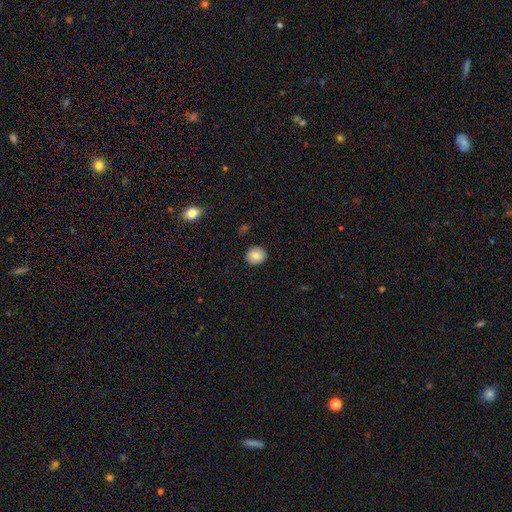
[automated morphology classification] Overall: smooth (84%). How rounded: round (73%). Merging: none (90%).